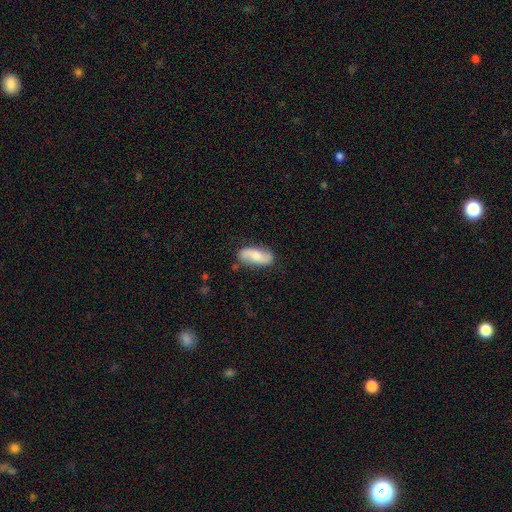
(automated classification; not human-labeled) Smooth or featured: smooth — 59% (featured or disk — 35%)
How rounded: in between — 81% (cigar-shaped — 16%)
Merging: none — 76% (minor disturbance — 18%)